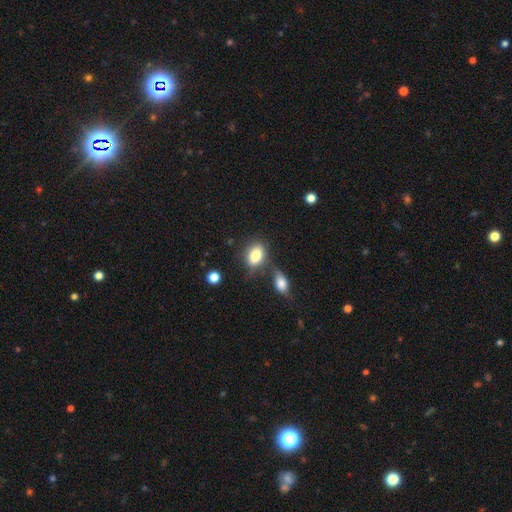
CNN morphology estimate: smooth_or_featured: smooth (p=0.82) [alt: featured or disk p=0.10]
how_rounded: in between (p=0.82) [alt: round p=0.16]
merging: none (p=0.53) [alt: merger p=0.23]